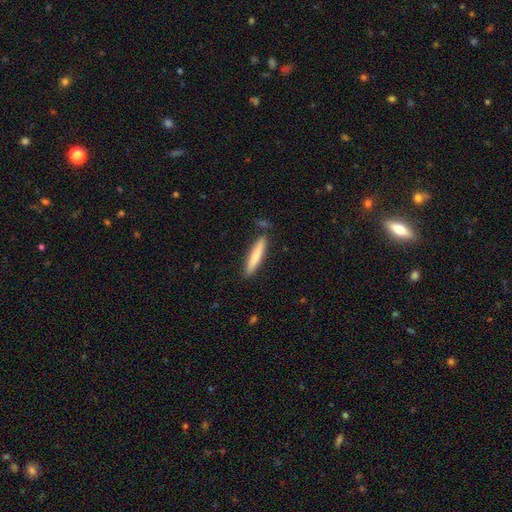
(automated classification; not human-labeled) Morphology: type=smooth (76%); roundness=cigar-shaped (91%); merging=none (86%).